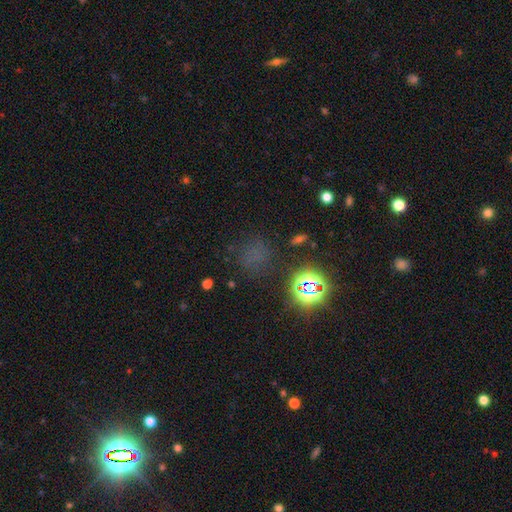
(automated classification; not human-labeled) Smooth or featured? star or artifact (52%)